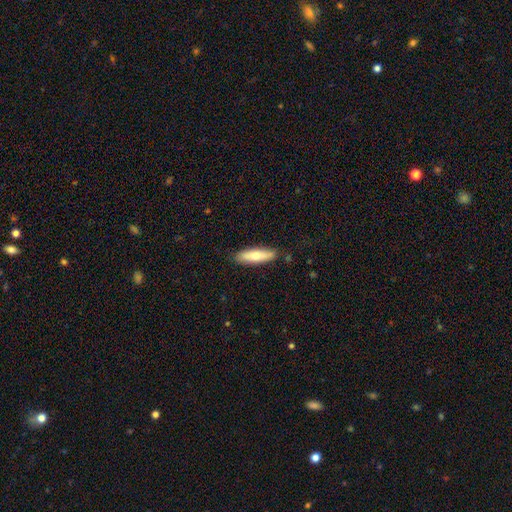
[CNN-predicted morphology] The model was most divided on "how rounded": cigar-shaped: 62%, in between: 36%, round: 2%. More confident: merging — none (87%); smooth or featured — smooth (68%).